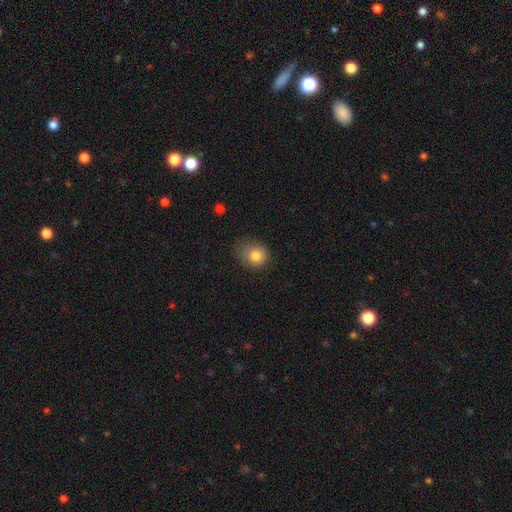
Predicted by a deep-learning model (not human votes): Overall: smooth (81%). How rounded: round (71%). Merging: none (58%; minor disturbance 30%).